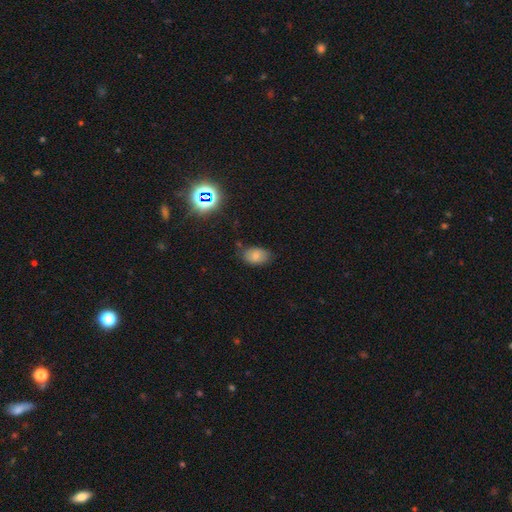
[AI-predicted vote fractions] Smooth or featured? Predicted: smooth (p=0.75). How rounded? Predicted: in between (p=0.88). Merging? Predicted: none (p=0.75).